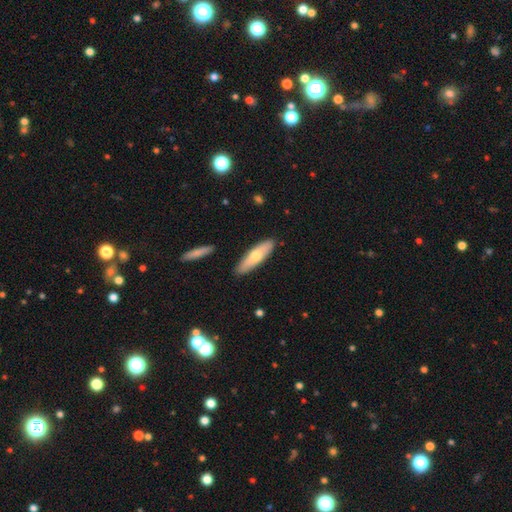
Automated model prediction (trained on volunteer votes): This is likely a smooth galaxy (63%). How rounded: possibly cigar-shaped (56%). Merging: clearly none (88%).